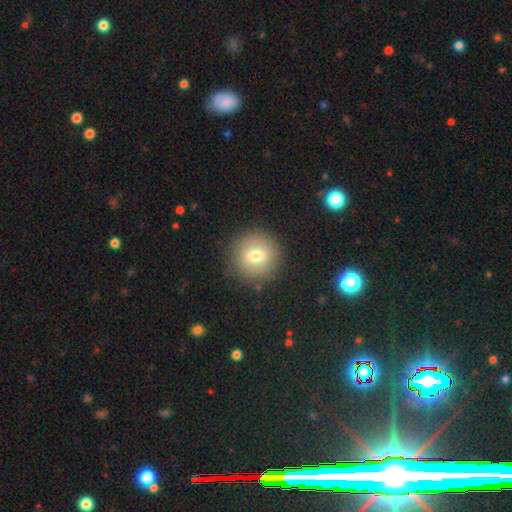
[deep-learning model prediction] This appears to be a smooth galaxy with no disk features (73%) that is round (94%). Merging: none (87%).